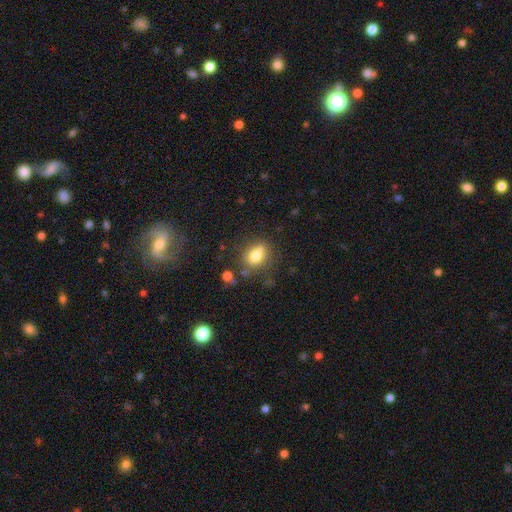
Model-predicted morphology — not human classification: smooth-or-featured: smooth: 75% | featured or disk: 14% | star or artifact: 12%
  how-rounded: round: 56% | in between: 42% | cigar-shaped: 2%
  merging: none: 61% | minor disturbance: 17% | merger: 16% | major disturbance: 6%